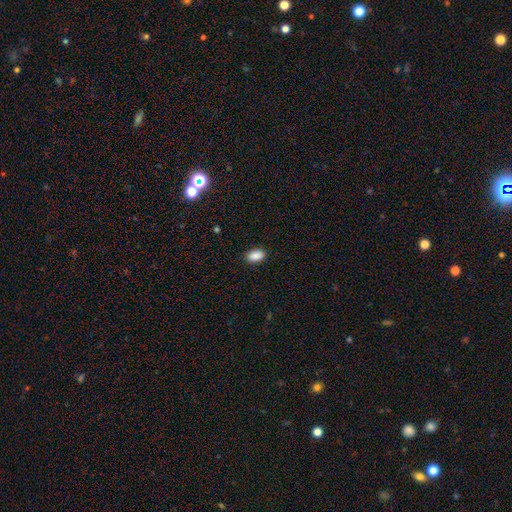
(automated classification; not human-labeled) A smooth galaxy with no disk features (89%) that is in between round and cigar-shaped (91%). Merging: none (88%).